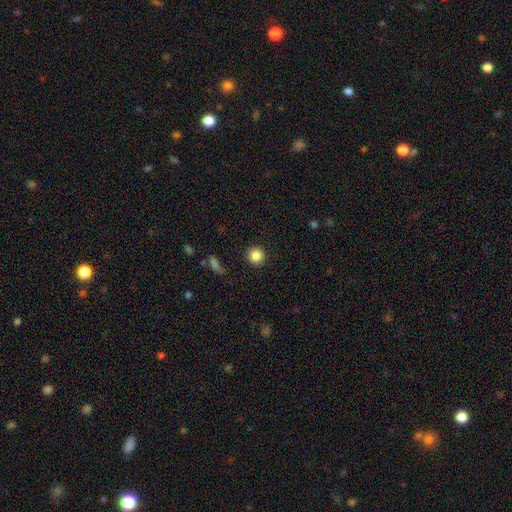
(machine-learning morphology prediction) This appears to be a smooth galaxy with no disk features (86%) that is round (94%). Merging: none (91%).